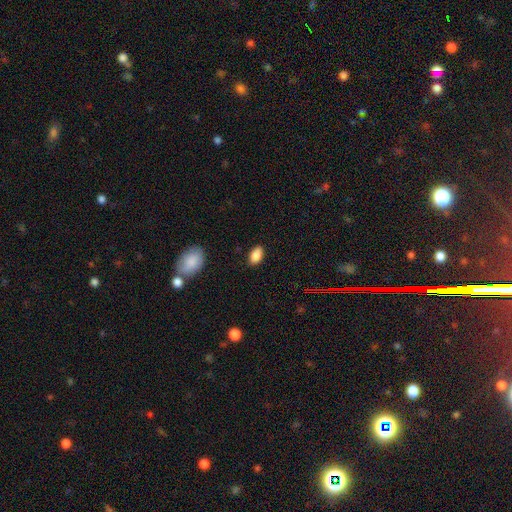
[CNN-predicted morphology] This appears to be a smooth galaxy with no disk features (86%) that is in between round and cigar-shaped (92%). Merging: none (84%).